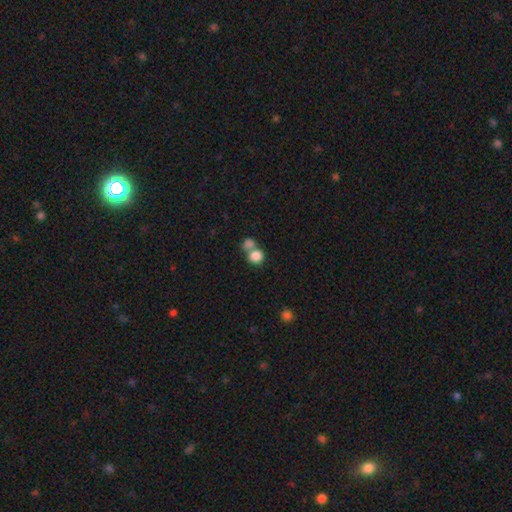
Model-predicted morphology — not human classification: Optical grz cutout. It shows a smooth galaxy with no disk features (83%) that is round (75%). Merging: merger (56%).